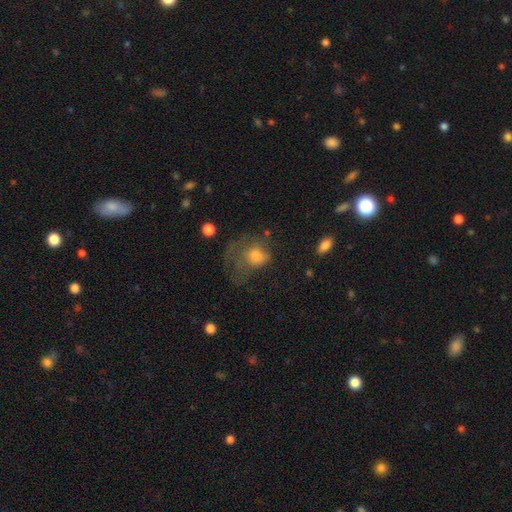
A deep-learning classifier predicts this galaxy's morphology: This is possibly a smooth galaxy (60%). How rounded: possibly round (54%). Merging: possibly major disturbance (50%).